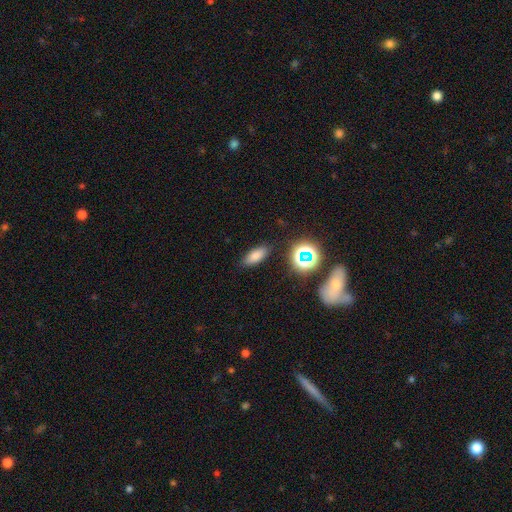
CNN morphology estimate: smooth_or_featured: smooth (p=0.75) [alt: star or artifact p=0.16]
how_rounded: in between (p=0.80) [alt: cigar-shaped p=0.14]
merging: none (p=0.85) [alt: minor disturbance p=0.10]